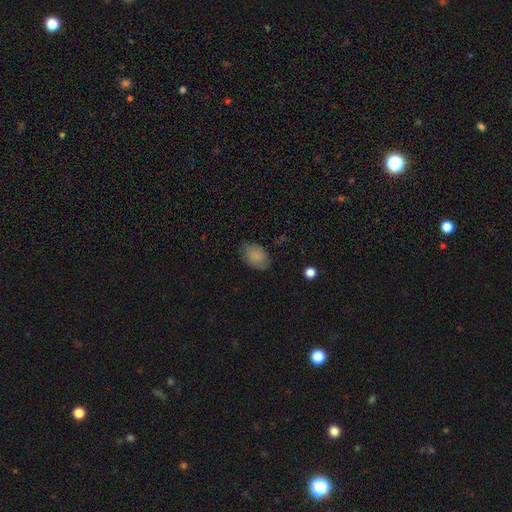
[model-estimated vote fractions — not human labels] Smooth or featured? smooth (82%)
How rounded? in between (84%)
Merging? none (75%)